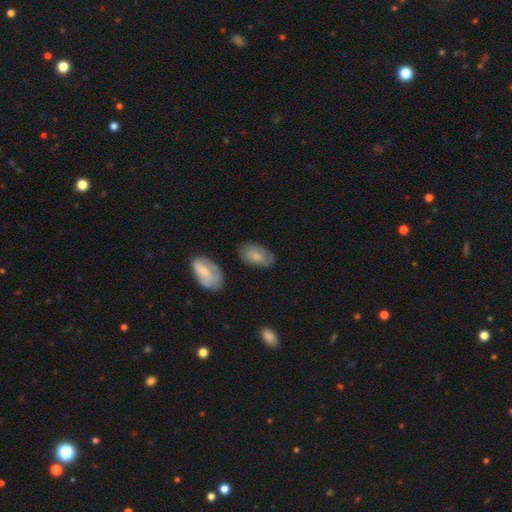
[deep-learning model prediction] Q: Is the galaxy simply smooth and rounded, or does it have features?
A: smooth — 63%.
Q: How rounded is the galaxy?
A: in between — 93%.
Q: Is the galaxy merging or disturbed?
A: none — 72%.